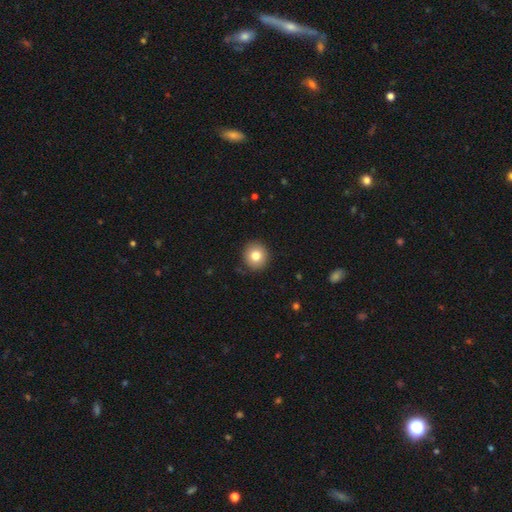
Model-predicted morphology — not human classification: Q: Smooth or featured?
A: smooth (80%); runner-up: featured or disk (10%)
Q: How rounded?
A: round (92%); runner-up: in between (7%)
Q: Merging?
A: none (91%); runner-up: minor disturbance (6%)